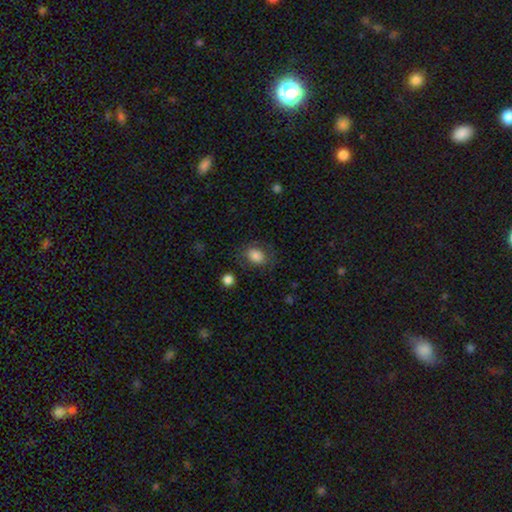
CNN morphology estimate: This is clearly a smooth galaxy (83%). How rounded: likely in between (61%). Merging: likely none (73%).